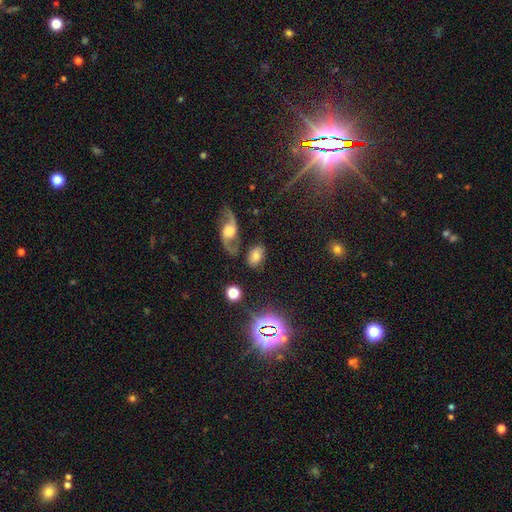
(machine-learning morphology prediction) This appears to be a smooth galaxy with no disk features (55%) that is in between round and cigar-shaped (78%). Merging: none (66%).